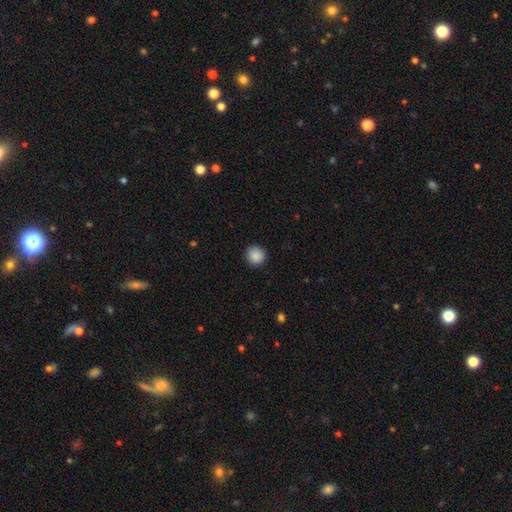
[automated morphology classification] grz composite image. It shows a smooth galaxy with no disk features (88%) that is round (93%). Merging: none (91%).